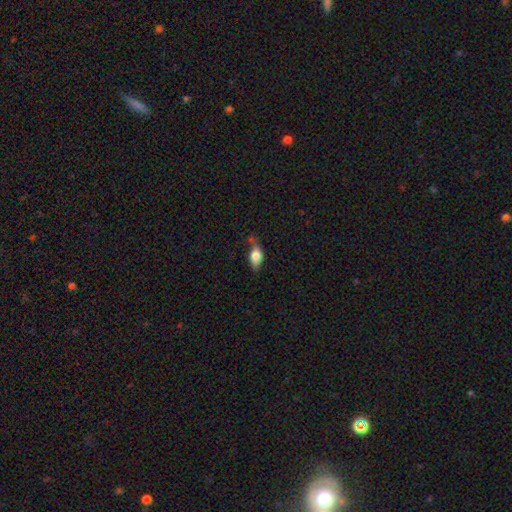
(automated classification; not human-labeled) Smooth or featured: smooth — 76% (featured or disk — 16%)
How rounded: in between — 86% (cigar-shaped — 8%)
Merging: none — 49% (minor disturbance — 32%)